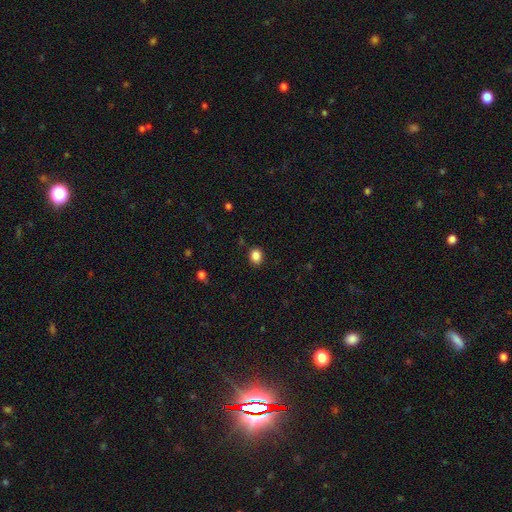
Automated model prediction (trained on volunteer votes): Smooth or featured?
  - smooth: 86% *
  - star or artifact: 10%
  - featured or disk: 4%
How rounded?
  - round: 51% *
  - in between: 48%
  - cigar-shaped: 1%
Merging?
  - none: 88% *
  - minor disturbance: 8%
  - major disturbance: 2%
  - merger: 1%